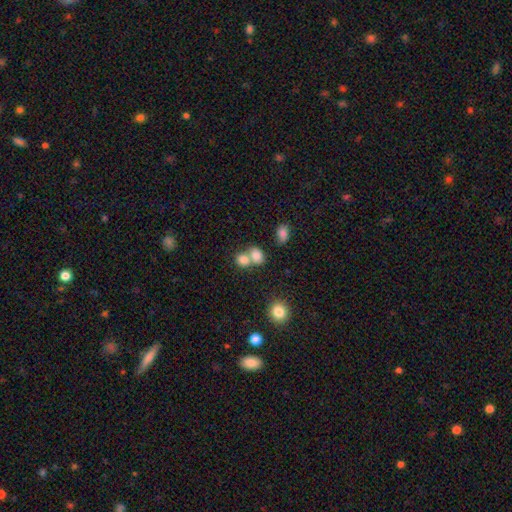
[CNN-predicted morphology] Smooth or featured: smooth — 80% (star or artifact — 11%)
How rounded: round — 56% (in between — 43%)
Merging: merger — 56% (none — 33%)